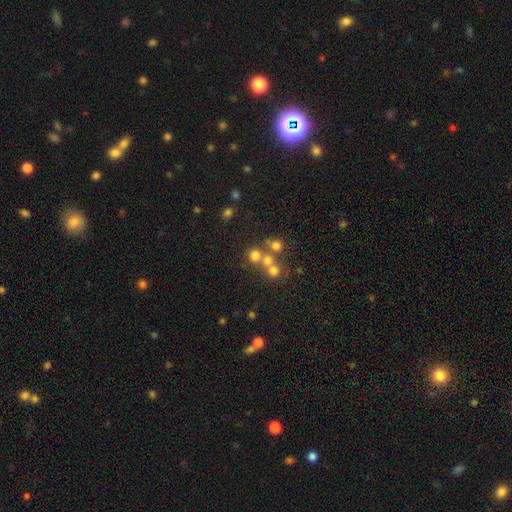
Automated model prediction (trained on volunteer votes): smooth-or-featured: smooth: 64% | star or artifact: 20% | featured or disk: 16%
  how-rounded: round: 88% | in between: 11% | cigar-shaped: 1%
  merging: none: 50% | merger: 39% | minor disturbance: 7% | major disturbance: 4%